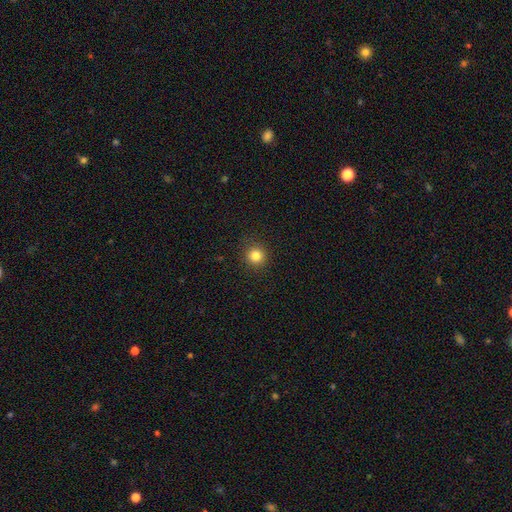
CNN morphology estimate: This appears to be a smooth galaxy with no disk features (83%) that is round (94%). Merging: none (92%).